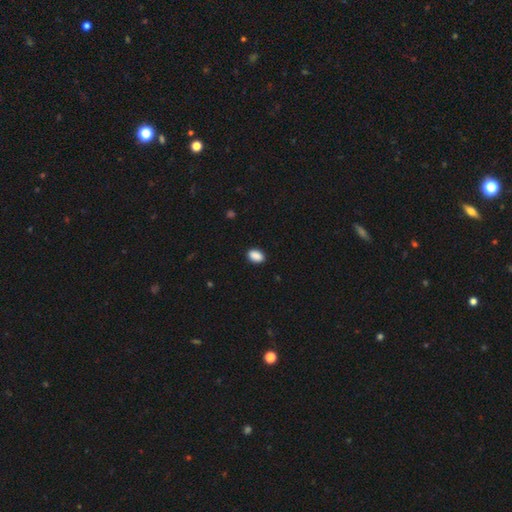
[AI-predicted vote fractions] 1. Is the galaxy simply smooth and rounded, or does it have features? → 90% smooth, 8% star or artifact, 3% featured or disk.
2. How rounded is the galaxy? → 88% in between, 11% round, 2% cigar-shaped.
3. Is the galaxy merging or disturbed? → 89% none, 8% minor disturbance, 2% major disturbance, 1% merger.